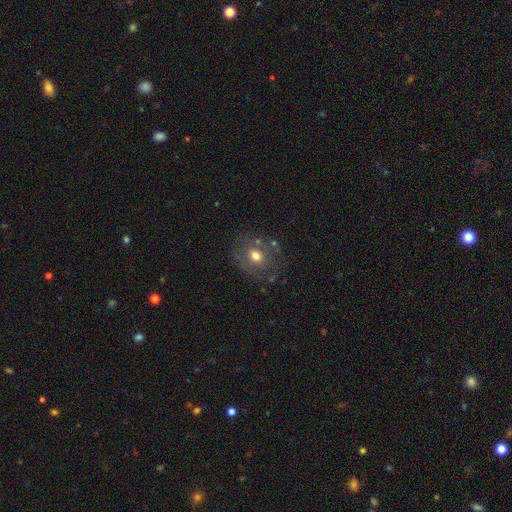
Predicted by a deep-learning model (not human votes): Morphology: type=smooth (58%); roundness=round (63%); merging=none (71%).